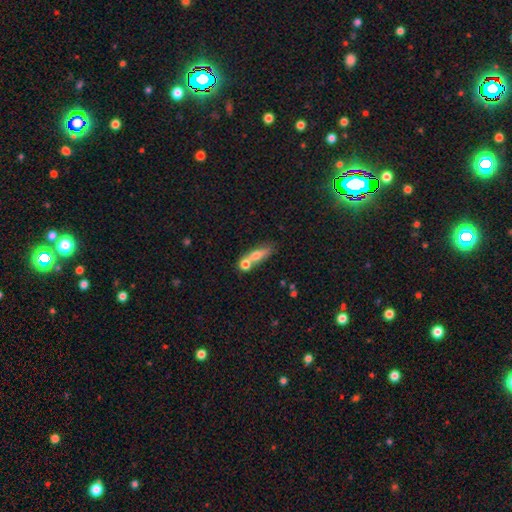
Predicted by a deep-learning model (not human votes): A smooth galaxy with no disk features (62%) that is in between round and cigar-shaped (44%). Merging: merger (46%).